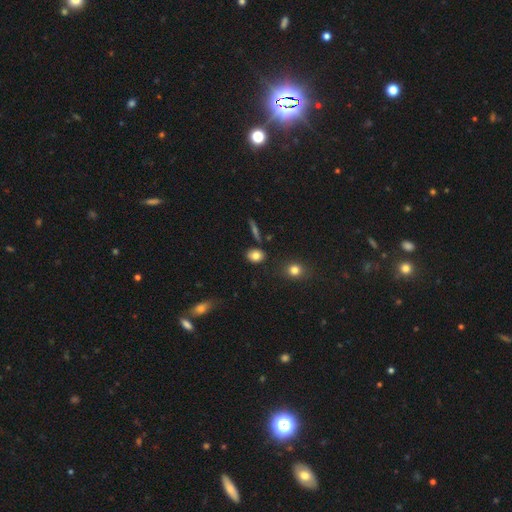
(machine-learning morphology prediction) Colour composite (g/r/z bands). It shows a smooth galaxy with no disk features (81%) that is in between round and cigar-shaped (50%). Merging: none (80%).